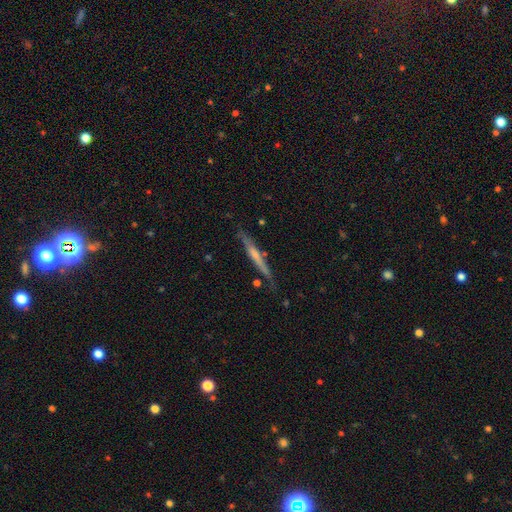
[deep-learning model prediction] Smooth or featured? Predicted: featured or disk (p=0.58). Edge-on disk? Predicted: yes (p=0.96). Edge-on bulge? Predicted: none (p=0.56). Merging? Predicted: none (p=0.78).